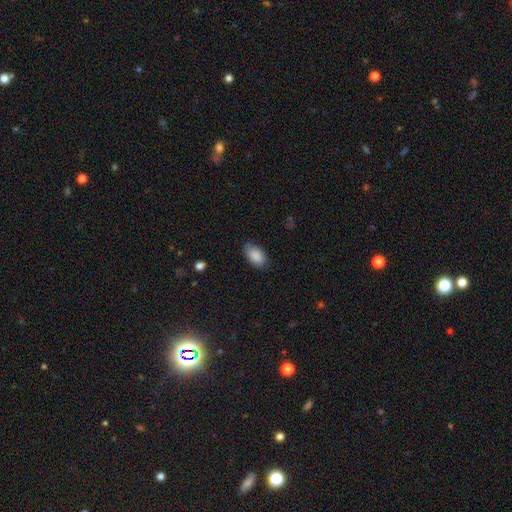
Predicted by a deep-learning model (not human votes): Morphology: type=smooth (88%); roundness=in between (94%); merging=none (79%).